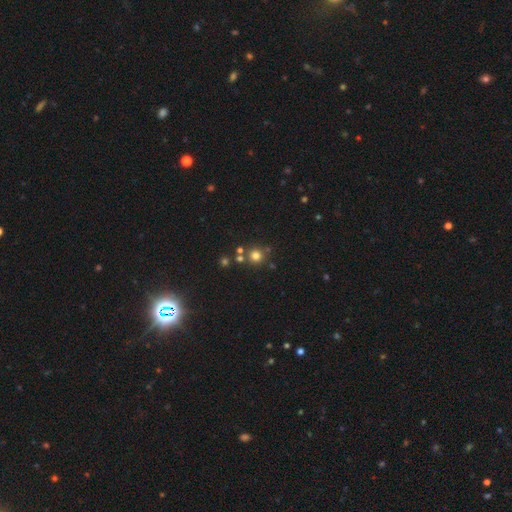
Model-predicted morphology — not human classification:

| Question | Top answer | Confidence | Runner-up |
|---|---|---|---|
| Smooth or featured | smooth | 74% | star or artifact (19%) |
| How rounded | round | 93% | in between (6%) |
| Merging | none | 75% | merger (14%) |